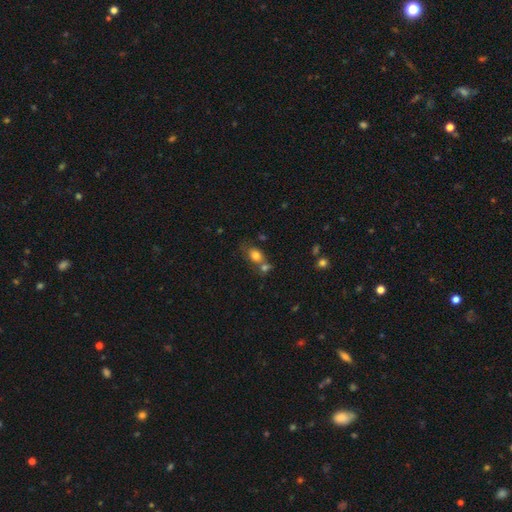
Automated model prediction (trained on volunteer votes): Smooth or featured? smooth (79%)
How rounded? in between (60%)
Merging? none (42%)